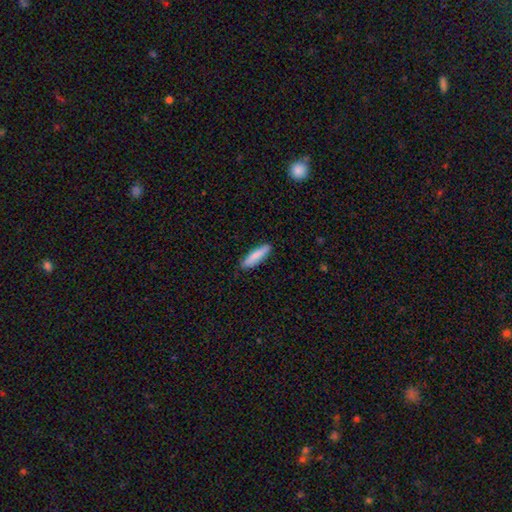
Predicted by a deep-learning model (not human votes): This appears to be a smooth galaxy with no disk features (83%) that is cigar-shaped (72%). Merging: none (87%).